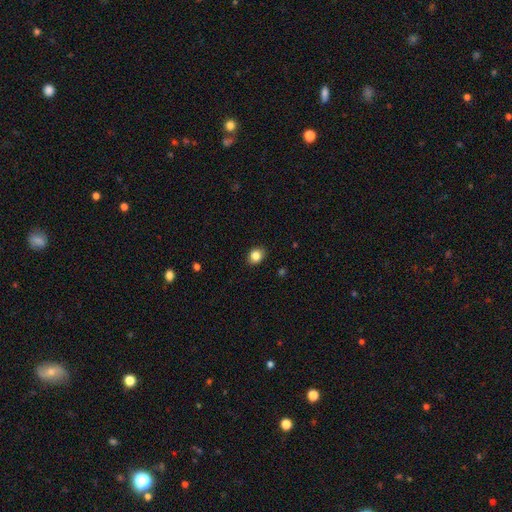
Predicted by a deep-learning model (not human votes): The model was most divided on "how rounded": round: 50%, in between: 49%, cigar-shaped: 1%. More confident: merging — none (88%); smooth or featured — smooth (84%).